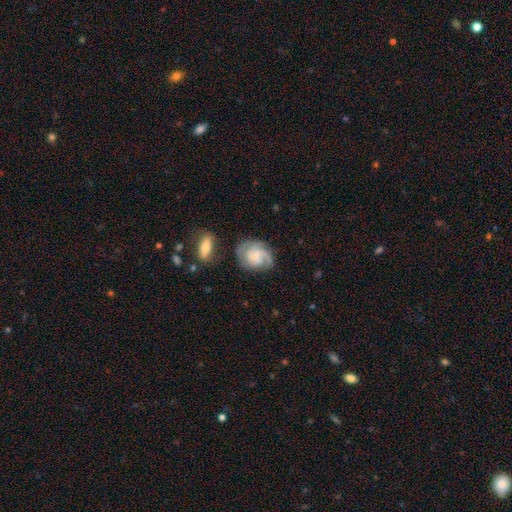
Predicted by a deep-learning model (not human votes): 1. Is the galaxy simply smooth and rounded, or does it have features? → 74% featured or disk, 20% smooth, 7% star or artifact.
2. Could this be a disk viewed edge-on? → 97% no, 3% yes.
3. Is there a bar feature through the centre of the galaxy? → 54% no, 39% weak, 6% strong.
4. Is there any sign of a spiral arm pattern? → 94% yes, 6% no.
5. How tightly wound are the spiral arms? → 43% medium, 39% tight, 18% loose.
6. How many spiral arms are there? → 42% 2, 19% can't tell, 17% 3, 15% 1, 3% 4, 3% more than 4.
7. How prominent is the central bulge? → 48% small, 26% none, 22% moderate, 3% large, 1% dominant.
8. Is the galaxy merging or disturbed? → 65% none, 20% minor disturbance, 11% major disturbance, 4% merger.